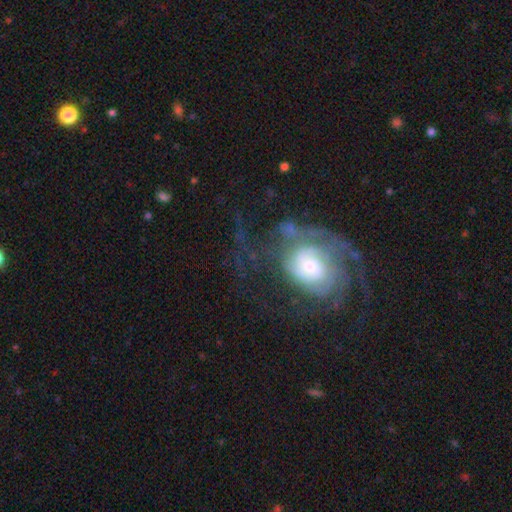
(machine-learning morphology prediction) The model was most divided on "spiral arm count": can't tell: 37%, 2: 21%, 3: 17%, 4: 9%, 1: 8%, more than 4: 7%. Remaining: edge-on disk — no (97%); spiral arms — yes (90%); smooth or featured — featured or disk (79%); bar — no (70%); merging — none (53%); spiral winding — tight (51%); bulge size — moderate (48%).